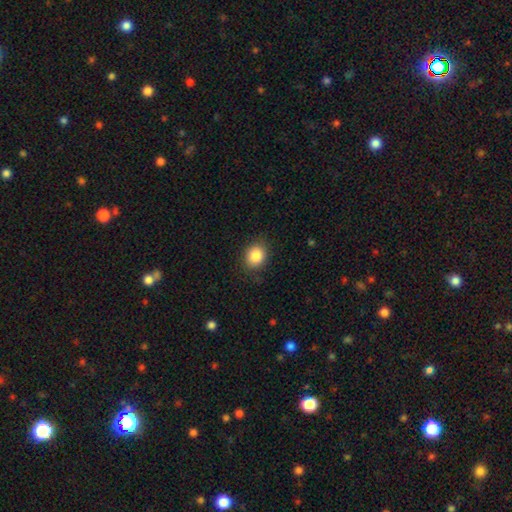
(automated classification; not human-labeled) This is clearly a smooth galaxy (85%). How rounded: likely round (62%). Merging: clearly none (86%).